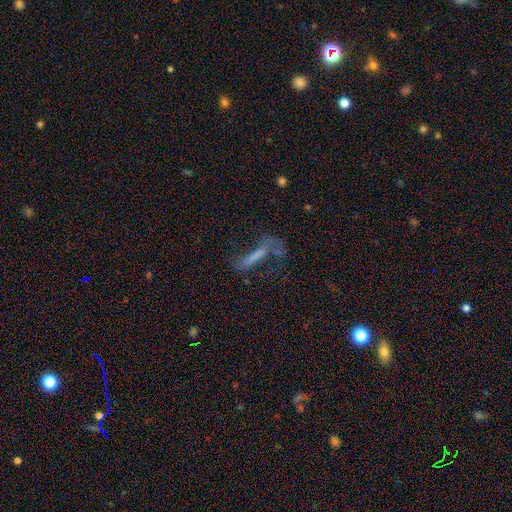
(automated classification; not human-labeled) smooth 46%, featured or disk 39%, star or artifact 15%. Down the decision tree: merging — none (38%).